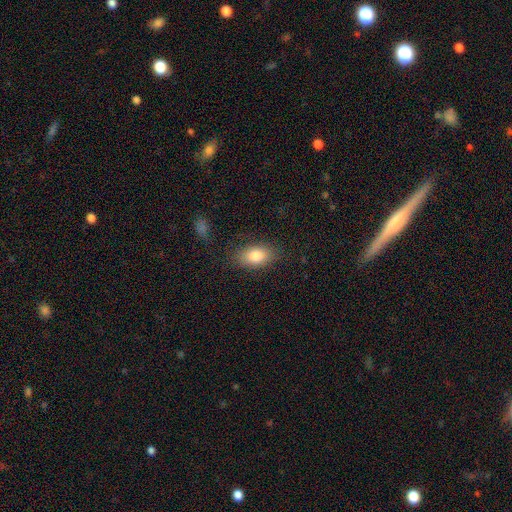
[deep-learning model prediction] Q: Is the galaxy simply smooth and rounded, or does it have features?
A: smooth — 82%.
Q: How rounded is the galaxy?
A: in between — 89%.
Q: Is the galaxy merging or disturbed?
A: none — 83%.